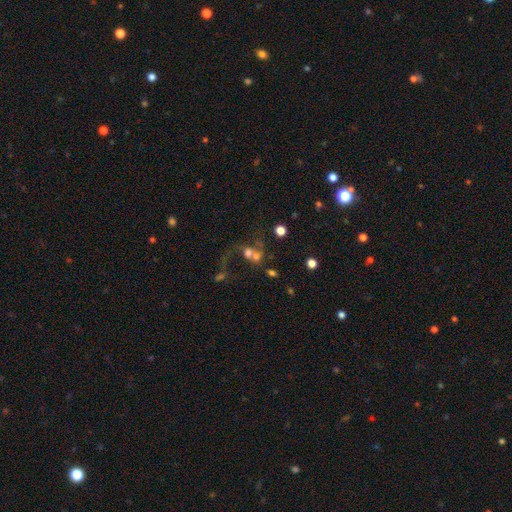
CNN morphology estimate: Smooth or featured? smooth (56%)
How rounded? round (70%)
Merging? merger (60%)